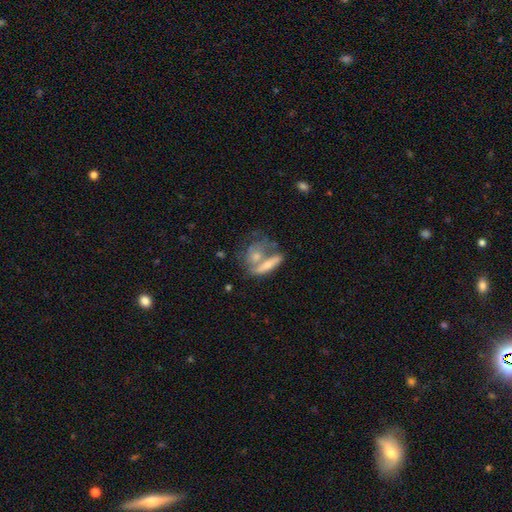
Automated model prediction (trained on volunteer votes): This is possibly a smooth galaxy (46%). Merging: possibly merger (53%).